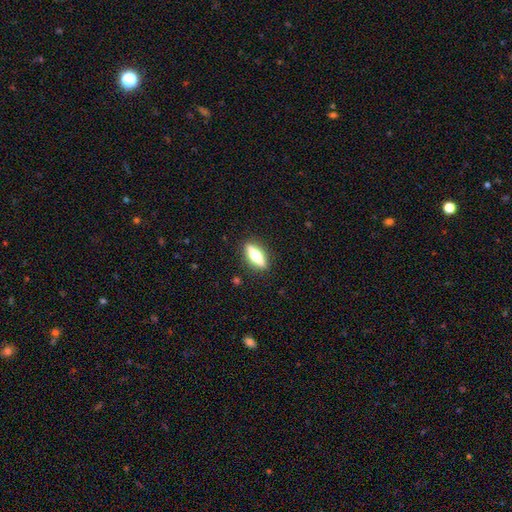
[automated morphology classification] Smooth or featured? Predicted: featured or disk (p=0.49). Merging? Predicted: none (p=0.88).